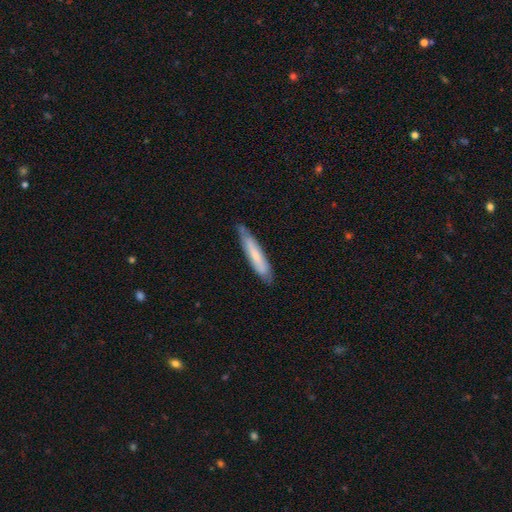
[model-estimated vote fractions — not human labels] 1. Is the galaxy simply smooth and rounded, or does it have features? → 63% smooth, 31% featured or disk, 6% star or artifact.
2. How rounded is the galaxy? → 88% cigar-shaped, 11% in between, 1% round.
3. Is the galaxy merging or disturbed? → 77% none, 19% minor disturbance, 3% major disturbance, 2% merger.